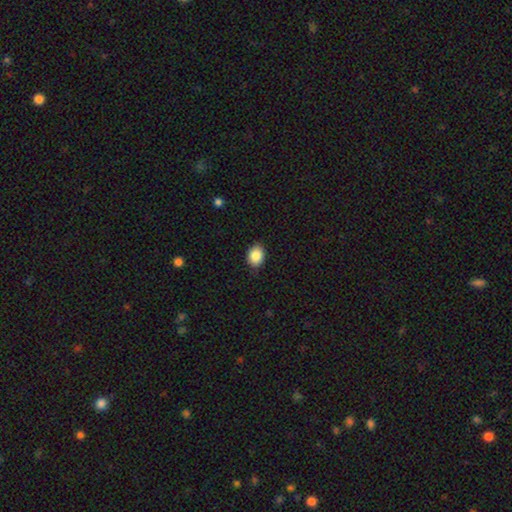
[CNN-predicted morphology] type=smooth (87%); roundness=in between (66%); merging=none (85%).